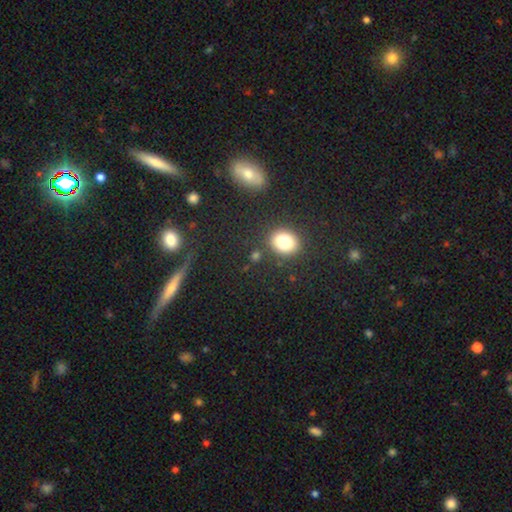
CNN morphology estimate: Smooth or featured? smooth (81%)
How rounded? round (56%)
Merging? none (83%)